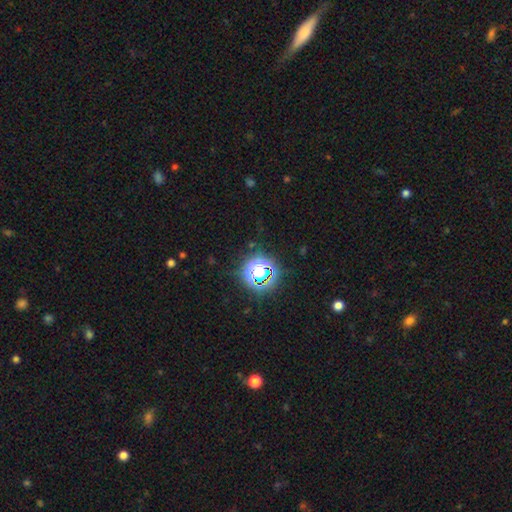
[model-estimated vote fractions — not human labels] Smooth or featured? Predicted: star or artifact (p=0.81).